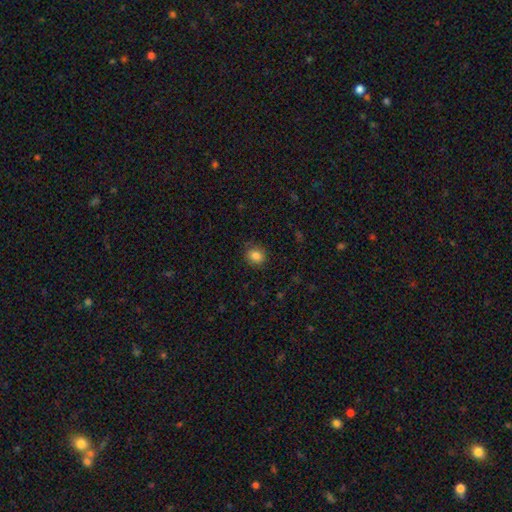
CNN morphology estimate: A smooth galaxy with no disk features (84%) that is round (72%). Merging: none (85%).